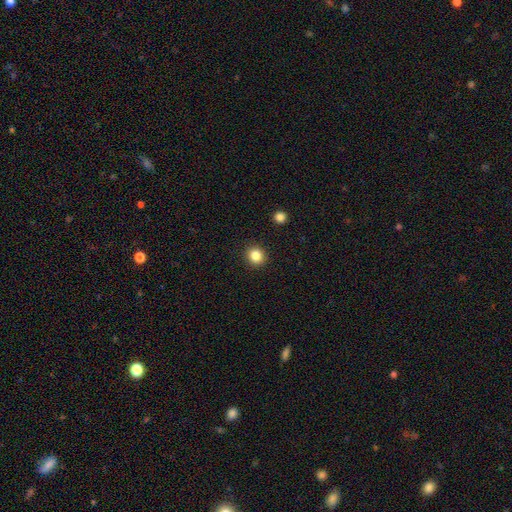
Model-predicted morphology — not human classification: smooth_or_featured: smooth (p=0.84) [alt: star or artifact p=0.11]
how_rounded: round (p=0.86) [alt: in between p=0.13]
merging: none (p=0.92) [alt: minor disturbance p=0.05]